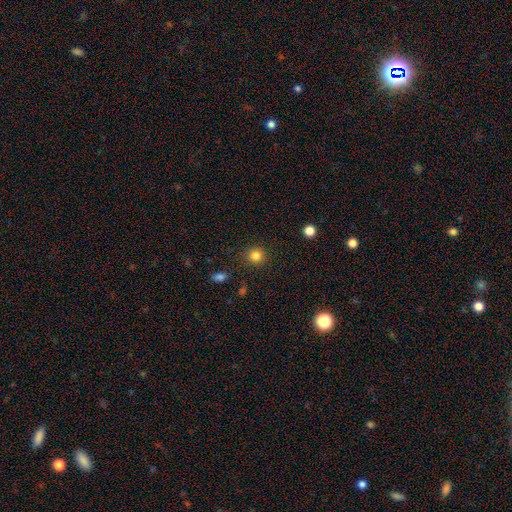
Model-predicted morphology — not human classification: The model was most divided on "smooth or featured": smooth: 83%, star or artifact: 13%, featured or disk: 5%. More confident: how rounded — round (93%); merging — none (90%).